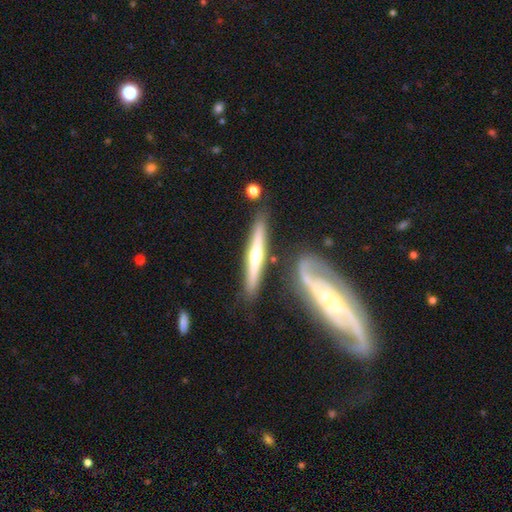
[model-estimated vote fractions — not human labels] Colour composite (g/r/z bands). It shows a featured or disk galaxy (67%) viewed edge-on (95%) with a rounded central bulge (84%). Merging: none (81%).